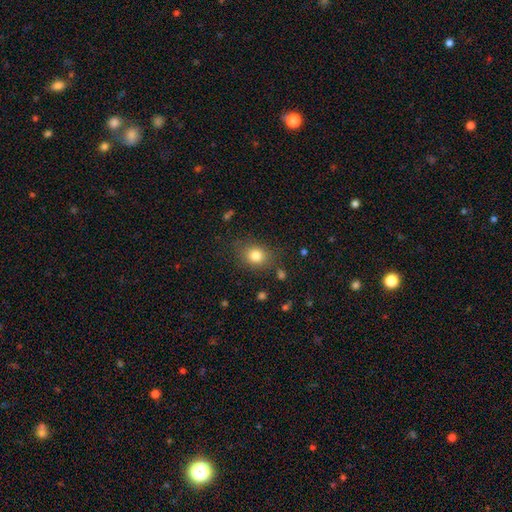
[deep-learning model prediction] Smooth or featured? smooth (82%)
How rounded? round (58%)
Merging? none (80%)